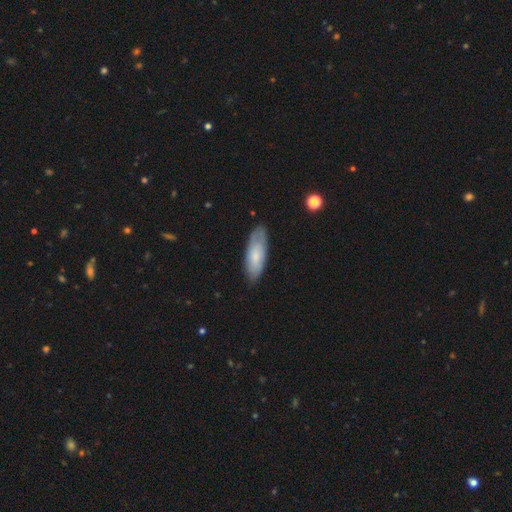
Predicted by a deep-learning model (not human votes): Smooth or featured: smooth — 67% (featured or disk — 27%)
How rounded: in between — 69% (cigar-shaped — 30%)
Merging: none — 78% (minor disturbance — 18%)